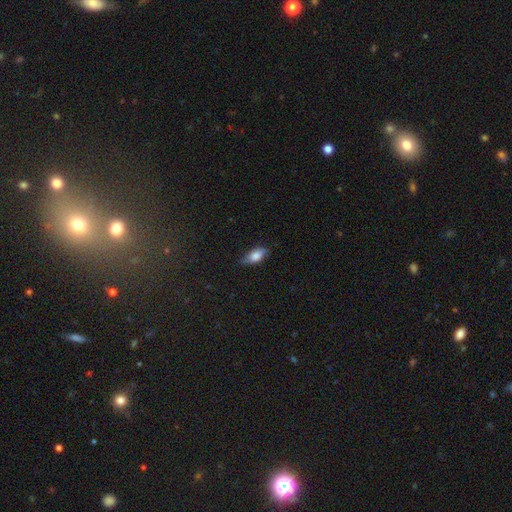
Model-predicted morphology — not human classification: Smooth or featured: smooth — 78% (featured or disk — 15%)
How rounded: in between — 84% (cigar-shaped — 12%)
Merging: none — 75% (minor disturbance — 21%)